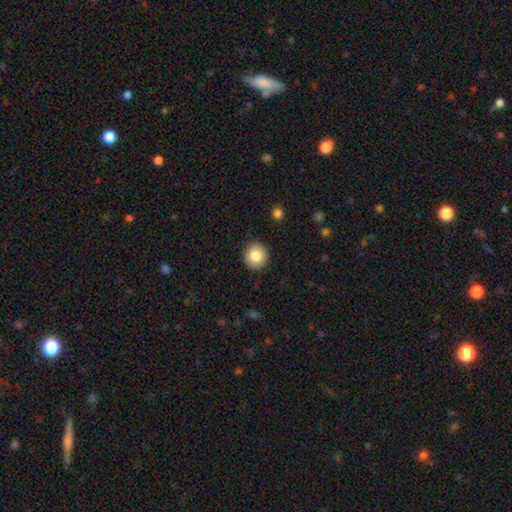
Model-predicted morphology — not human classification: Smooth or featured: smooth — 83% (star or artifact — 9%)
How rounded: round — 91% (in between — 8%)
Merging: none — 91% (minor disturbance — 6%)